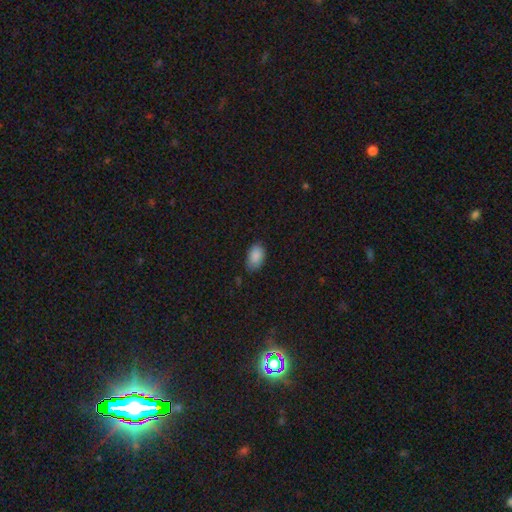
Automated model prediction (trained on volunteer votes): A smooth galaxy with no disk features (88%) that is in between round and cigar-shaped (92%).

Vote fractions:
- Smooth or featured? smooth: 88% / star or artifact: 7% / featured or disk: 5%
- How rounded? in between: 92% / round: 6% / cigar-shaped: 1%
- Merging? none: 74% / minor disturbance: 22% / major disturbance: 3% / merger: 1%